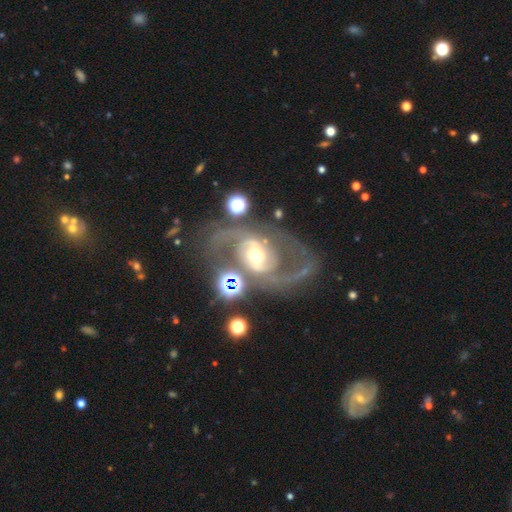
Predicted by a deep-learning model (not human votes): Smooth or featured: featured or disk — 86% (star or artifact — 7%)
Edge-on disk: no — 96% (yes — 4%)
Bar: weak — 39% (strong — 31%)
Spiral arms: yes — 90% (no — 10%)
Spiral winding: medium — 53% (loose — 29%)
Spiral arm count: 2 — 87% (can't tell — 5%)
Bulge size: moderate — 64% (small — 23%)
Merging: none — 61% (major disturbance — 17%)